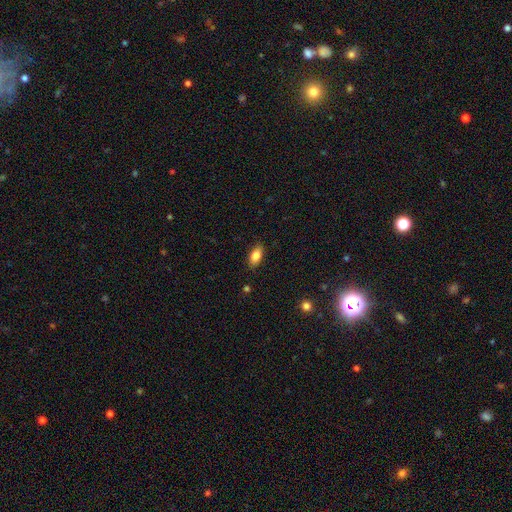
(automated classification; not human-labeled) Q: Smooth or featured?
A: smooth (83%); runner-up: featured or disk (9%)
Q: How rounded?
A: in between (89%); runner-up: cigar-shaped (7%)
Q: Merging?
A: none (86%); runner-up: minor disturbance (11%)